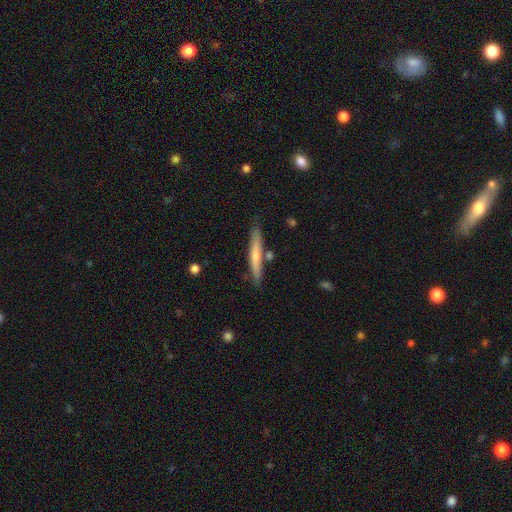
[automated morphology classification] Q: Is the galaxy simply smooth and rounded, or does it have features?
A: smooth — 55%.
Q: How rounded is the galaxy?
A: cigar-shaped — 94%.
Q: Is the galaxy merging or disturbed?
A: none — 81%.